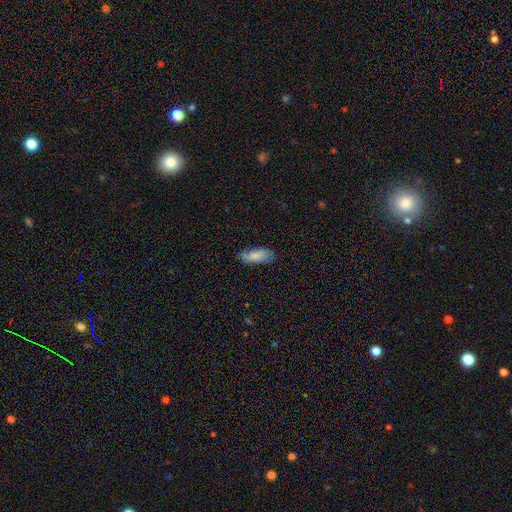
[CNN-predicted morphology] A smooth galaxy with no disk features (83%) that is in between round and cigar-shaped (76%). Merging: none (75%).